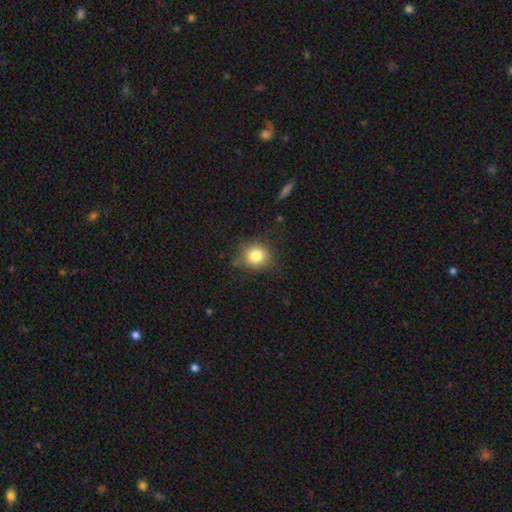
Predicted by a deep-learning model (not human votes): The model was most divided on "merging": none: 79%, minor disturbance: 16%, major disturbance: 4%, merger: 2%. More confident: how rounded — round (83%); smooth or featured — smooth (81%).